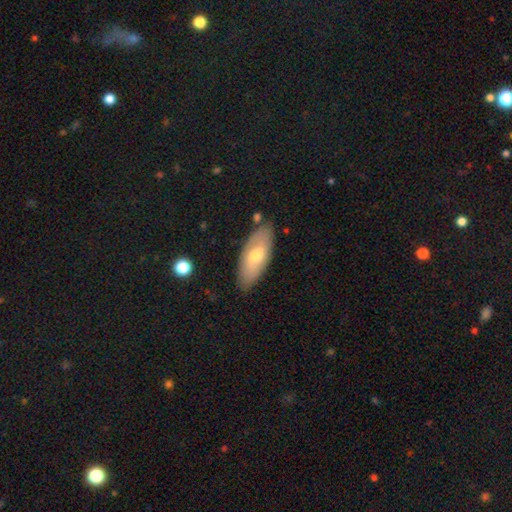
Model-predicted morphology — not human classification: This is likely a smooth galaxy (61%). How rounded: clearly in between (80%). Merging: clearly none (82%).